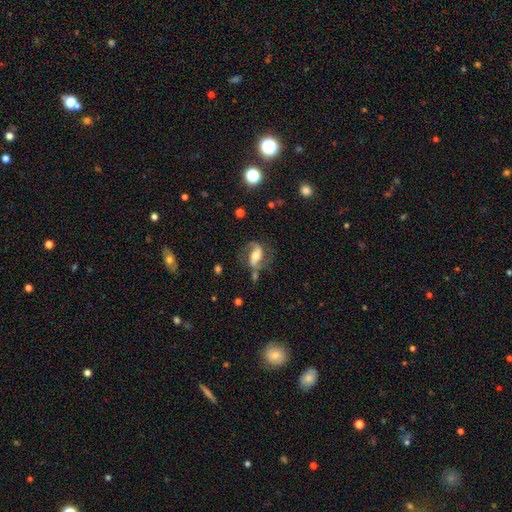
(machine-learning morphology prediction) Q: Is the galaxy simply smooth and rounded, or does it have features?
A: featured or disk — 77%.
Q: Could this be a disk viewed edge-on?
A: no — 94%.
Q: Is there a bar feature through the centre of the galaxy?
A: strong — 36%.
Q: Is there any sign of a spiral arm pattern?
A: yes — 91%.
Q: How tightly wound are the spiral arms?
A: loose — 47%.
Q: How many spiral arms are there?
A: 2 — 87%.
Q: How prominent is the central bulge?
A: moderate — 60%.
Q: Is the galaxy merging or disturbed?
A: none — 59%.